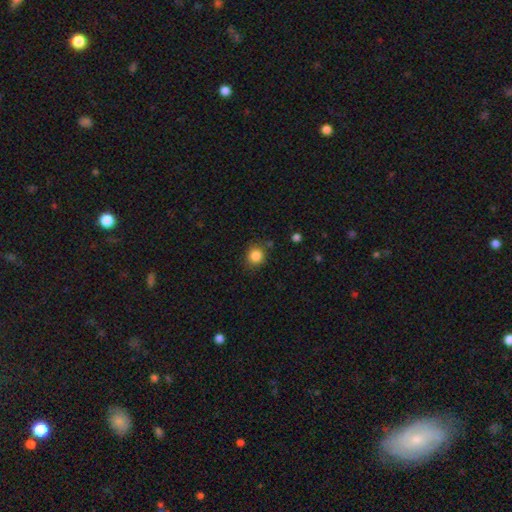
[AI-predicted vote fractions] Overall: smooth (85%). How rounded: round (88%). Merging: none (83%).